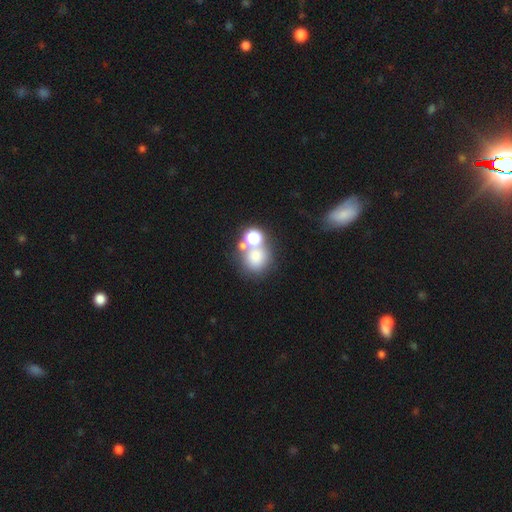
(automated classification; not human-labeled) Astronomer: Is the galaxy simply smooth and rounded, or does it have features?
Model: smooth — 68%.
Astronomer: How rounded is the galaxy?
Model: round — 84%.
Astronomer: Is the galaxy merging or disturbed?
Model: none — 49% (runner-up: merger, 34%).